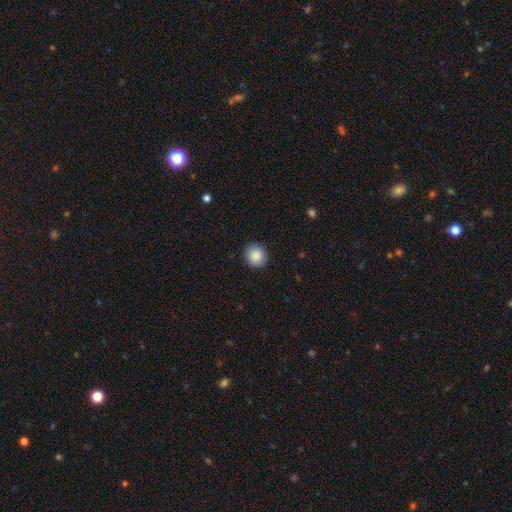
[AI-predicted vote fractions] Smooth or featured? Predicted: smooth (p=0.88). How rounded? Predicted: round (p=0.85). Merging? Predicted: none (p=0.90).